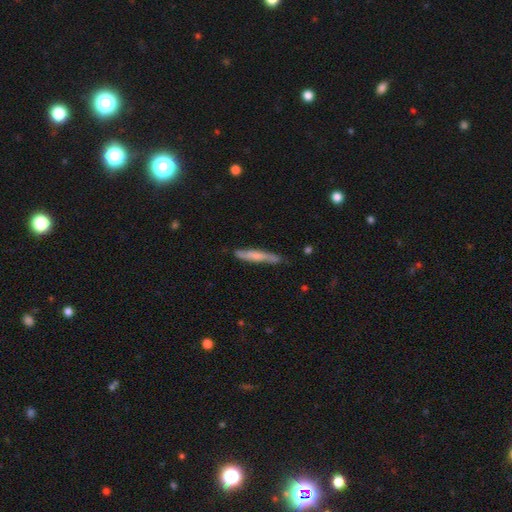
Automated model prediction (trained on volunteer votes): This appears to be a smooth galaxy with no disk features (55%) that is cigar-shaped (94%). Merging: none (76%).